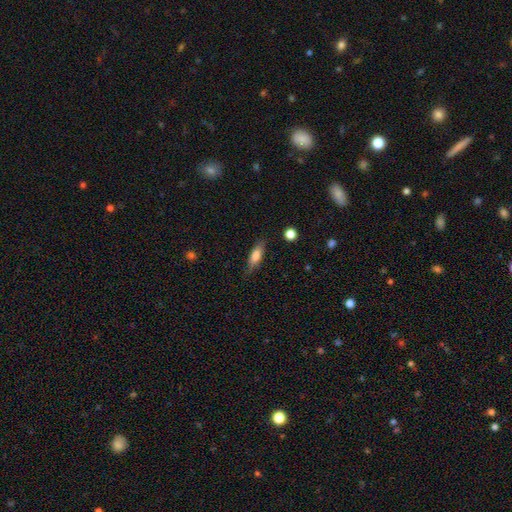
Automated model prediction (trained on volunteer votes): Smooth or featured?
  - smooth: 70% *
  - featured or disk: 23%
  - star or artifact: 7%
How rounded?
  - in between: 52% *
  - cigar-shaped: 45%
  - round: 3%
Merging?
  - none: 79% *
  - minor disturbance: 16%
  - major disturbance: 4%
  - merger: 2%